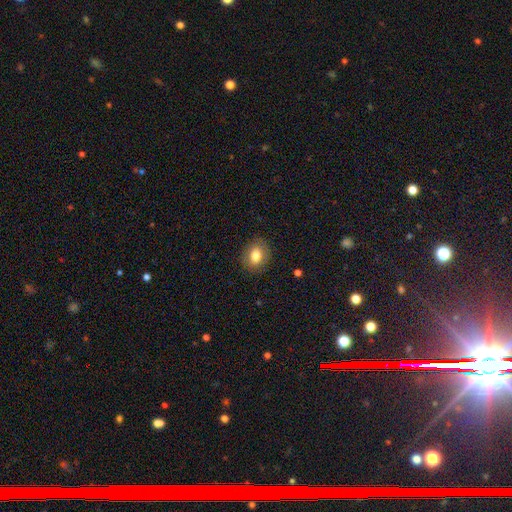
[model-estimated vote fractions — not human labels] smooth_or_featured: smooth (p=0.79) [alt: featured or disk p=0.12]
how_rounded: in between (p=0.55) [alt: round p=0.44]
merging: none (p=0.86) [alt: minor disturbance p=0.10]